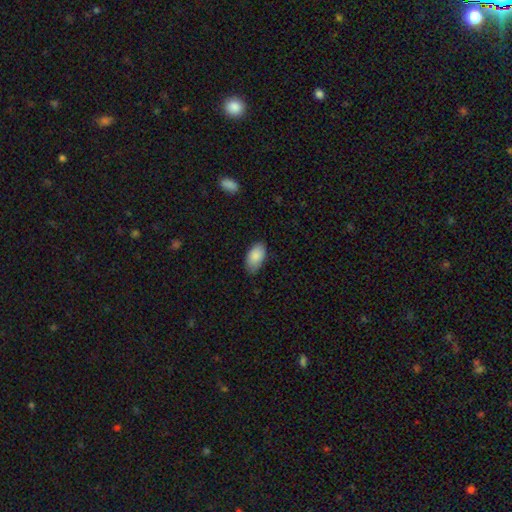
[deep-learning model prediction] Overall: smooth (87%). How rounded: in between (94%). Merging: none (73%).